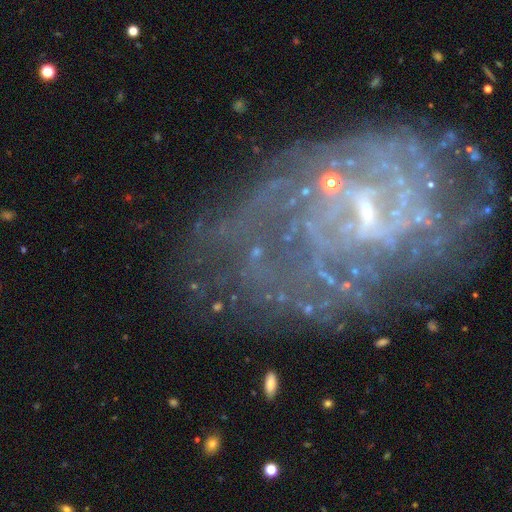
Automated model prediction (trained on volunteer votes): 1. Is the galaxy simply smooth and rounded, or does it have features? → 70% featured or disk, 19% star or artifact, 10% smooth.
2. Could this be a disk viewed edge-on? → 95% no, 5% yes.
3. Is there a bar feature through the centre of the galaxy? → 43% no, 35% weak, 22% strong.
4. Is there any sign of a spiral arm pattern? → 67% yes, 33% no.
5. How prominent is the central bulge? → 60% small, 21% none, 15% moderate, 2% large, 2% dominant.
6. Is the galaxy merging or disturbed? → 49% none, 27% major disturbance, 18% minor disturbance, 6% merger.